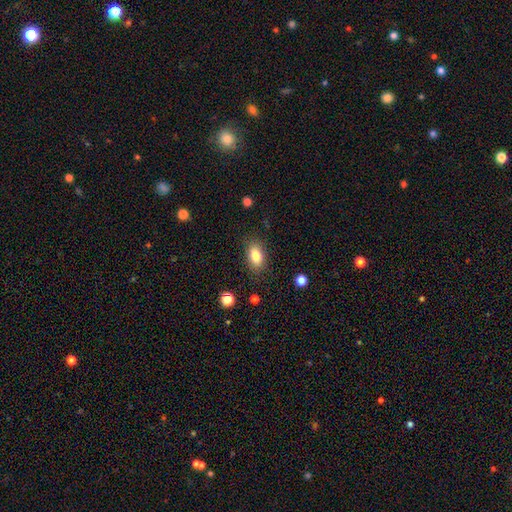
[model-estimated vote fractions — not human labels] Q: Smooth or featured?
A: smooth (82%); runner-up: featured or disk (9%)
Q: How rounded?
A: in between (88%); runner-up: round (9%)
Q: Merging?
A: none (84%); runner-up: minor disturbance (11%)